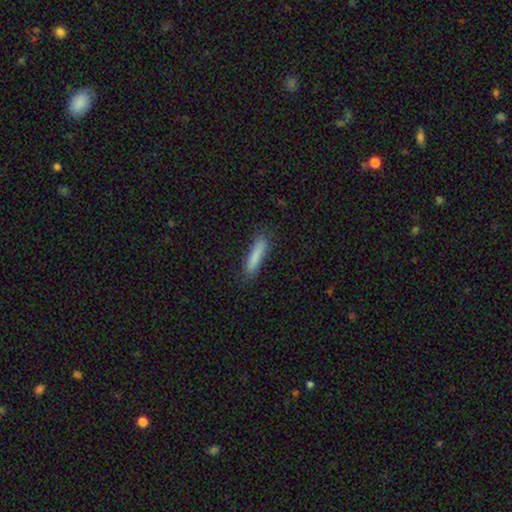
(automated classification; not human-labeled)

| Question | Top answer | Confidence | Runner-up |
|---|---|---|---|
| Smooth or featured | smooth | 85% | featured or disk (9%) |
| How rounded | cigar-shaped | 82% | in between (16%) |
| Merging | none | 80% | minor disturbance (15%) |